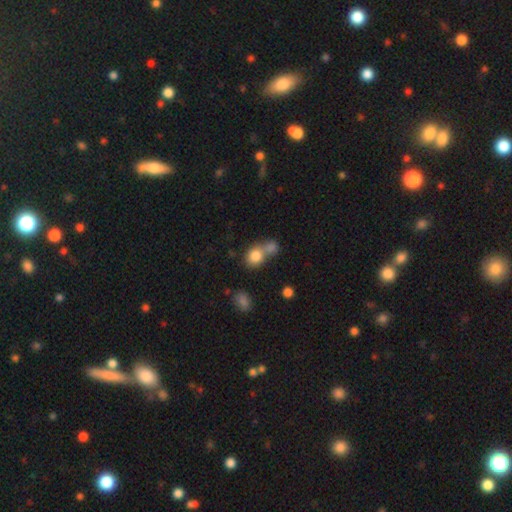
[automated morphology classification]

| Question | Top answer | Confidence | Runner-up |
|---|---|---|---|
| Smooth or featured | smooth | 81% | star or artifact (10%) |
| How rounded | round | 65% | in between (34%) |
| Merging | merger | 54% | none (33%) |